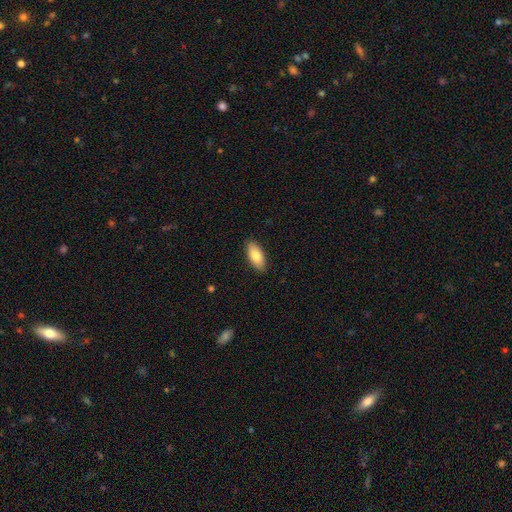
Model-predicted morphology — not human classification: type=smooth (82%); roundness=in between (89%); merging=none (89%).